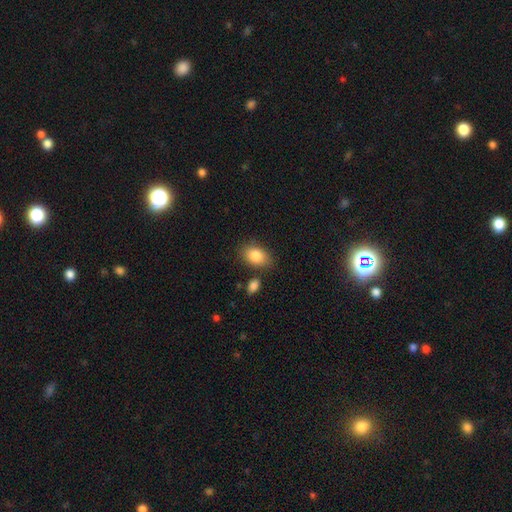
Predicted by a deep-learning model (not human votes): The model was most divided on "merging": none: 76%, minor disturbance: 14%, merger: 6%, major disturbance: 4%. More confident: smooth or featured — smooth (84%); how rounded — in between (82%).